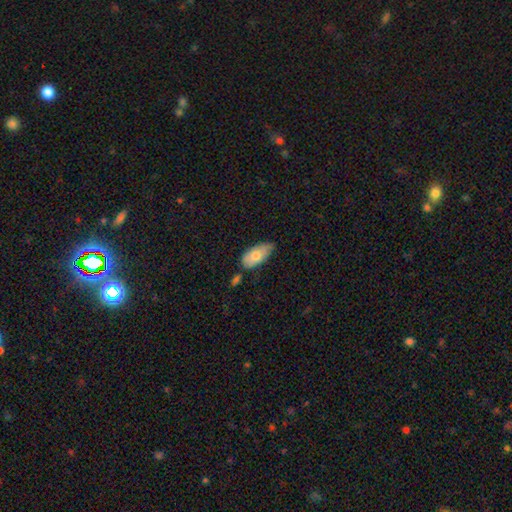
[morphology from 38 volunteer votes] Q: Smooth or featured?
A: smooth (61%); runner-up: featured or disk (34%)
Q: How rounded?
A: in between (74%); runner-up: cigar-shaped (17%)
Q: Merging?
A: minor disturbance (53%); runner-up: none (42%)